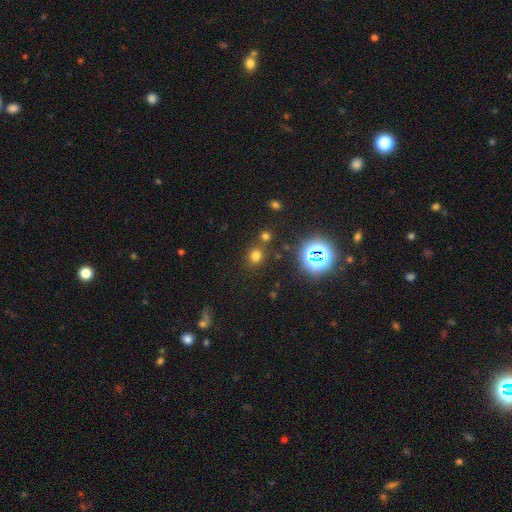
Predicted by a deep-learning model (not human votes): Smooth or featured?
  - smooth: 64% *
  - star or artifact: 29%
  - featured or disk: 7%
How rounded?
  - round: 76% *
  - in between: 23%
  - cigar-shaped: 1%
Merging?
  - none: 75% *
  - merger: 13%
  - minor disturbance: 9%
  - major disturbance: 4%